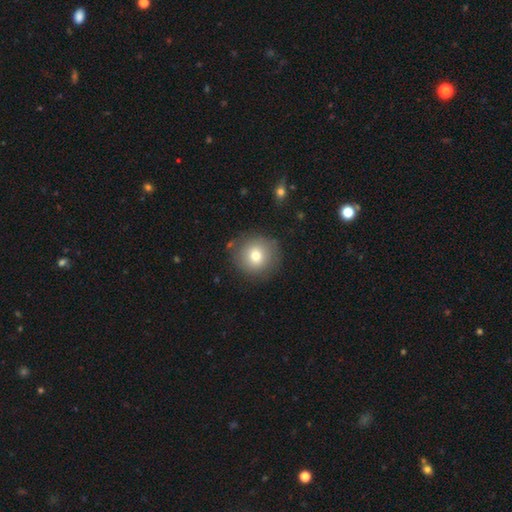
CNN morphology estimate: Smooth or featured?
  - smooth: 77% *
  - featured or disk: 13%
  - star or artifact: 10%
How rounded?
  - round: 93% *
  - in between: 6%
  - cigar-shaped: 1%
Merging?
  - none: 85% *
  - minor disturbance: 10%
  - major disturbance: 3%
  - merger: 2%